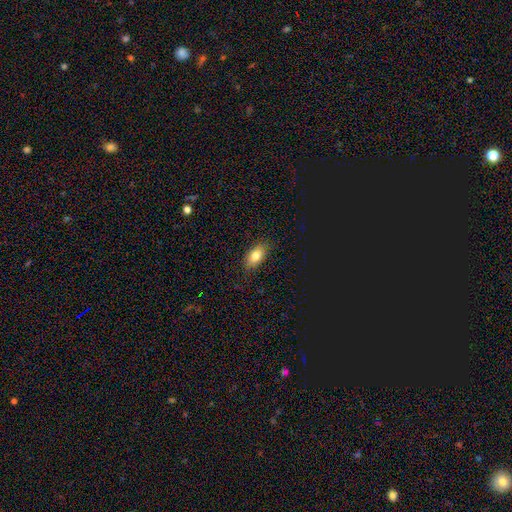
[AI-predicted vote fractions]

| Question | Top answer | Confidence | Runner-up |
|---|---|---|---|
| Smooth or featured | smooth | 81% | featured or disk (10%) |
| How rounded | in between | 88% | round (6%) |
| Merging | none | 86% | minor disturbance (11%) |